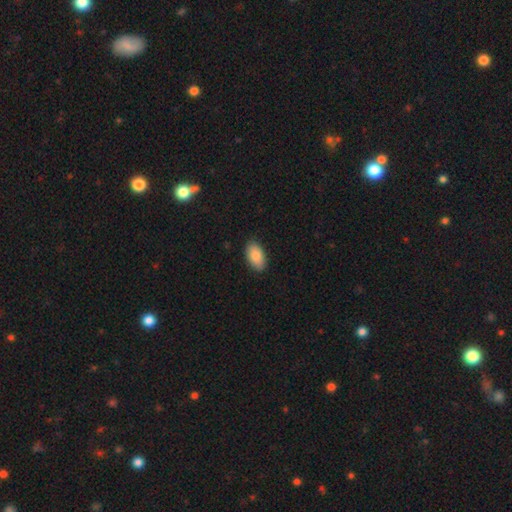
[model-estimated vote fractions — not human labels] A smooth galaxy with no disk features (86%) that is in between round and cigar-shaped (94%). Merging: none (88%).